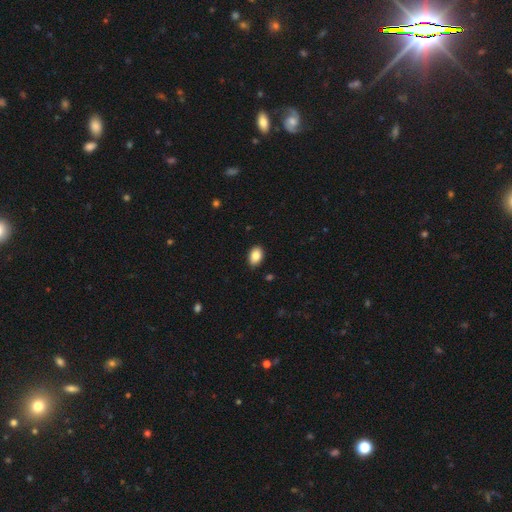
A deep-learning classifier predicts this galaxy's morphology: The model was most divided on "how rounded": in between: 86%, round: 13%, cigar-shaped: 1%. More confident: merging — none (87%); smooth or featured — smooth (86%).